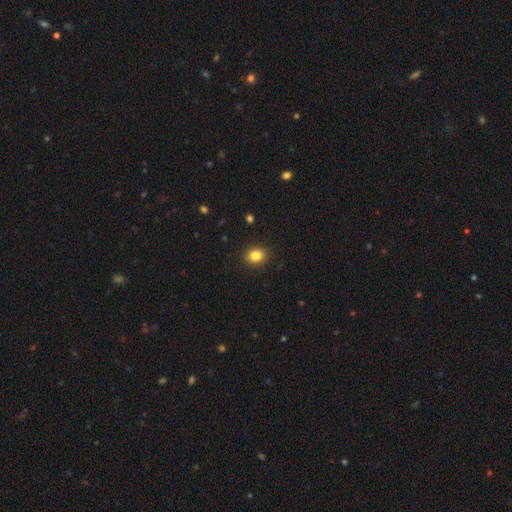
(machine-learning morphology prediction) This is clearly a smooth galaxy (84%). How rounded: possibly round (56%). Merging: clearly none (91%).